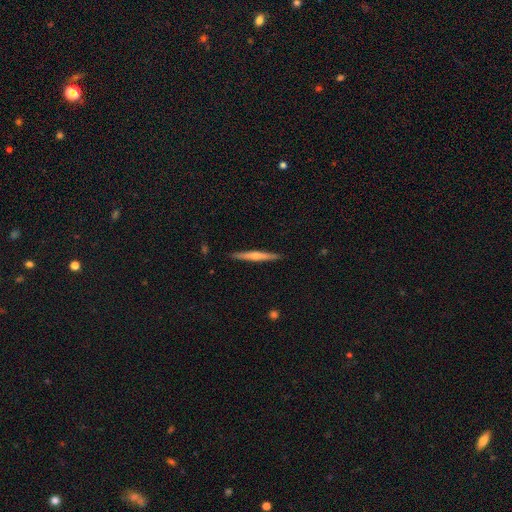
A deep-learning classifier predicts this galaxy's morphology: Q: Smooth or featured?
A: featured or disk (56%); runner-up: smooth (38%)
Q: Edge-on disk?
A: yes (97%); runner-up: no (3%)
Q: Edge-on bulge?
A: rounded (75%); runner-up: none (21%)
Q: Merging?
A: none (91%); runner-up: minor disturbance (7%)